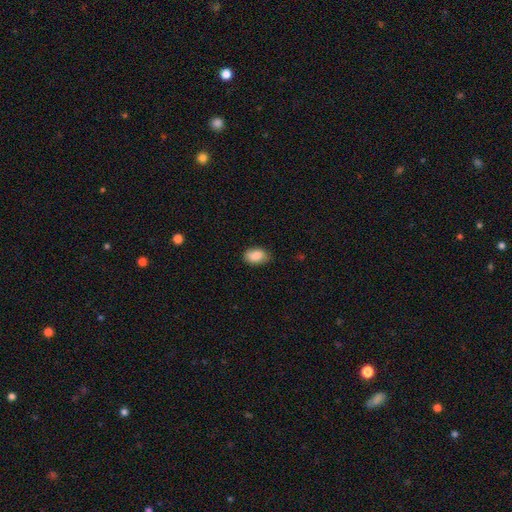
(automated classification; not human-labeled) Q: Smooth or featured?
A: smooth (87%); runner-up: star or artifact (7%)
Q: How rounded?
A: in between (88%); runner-up: round (11%)
Q: Merging?
A: none (79%); runner-up: minor disturbance (17%)